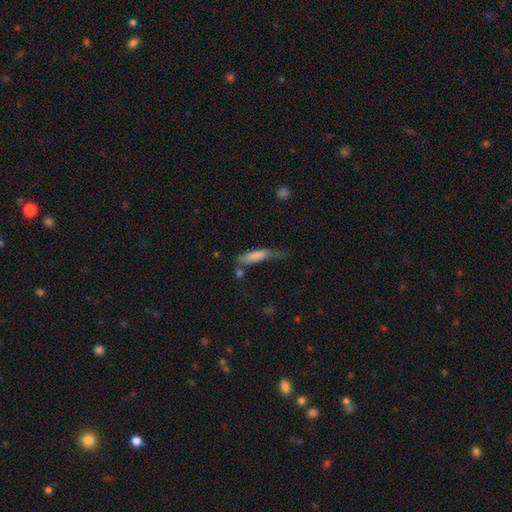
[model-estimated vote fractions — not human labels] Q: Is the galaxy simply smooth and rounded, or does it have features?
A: smooth — 76%.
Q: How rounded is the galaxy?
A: cigar-shaped — 60%.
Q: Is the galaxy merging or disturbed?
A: minor disturbance — 33%.